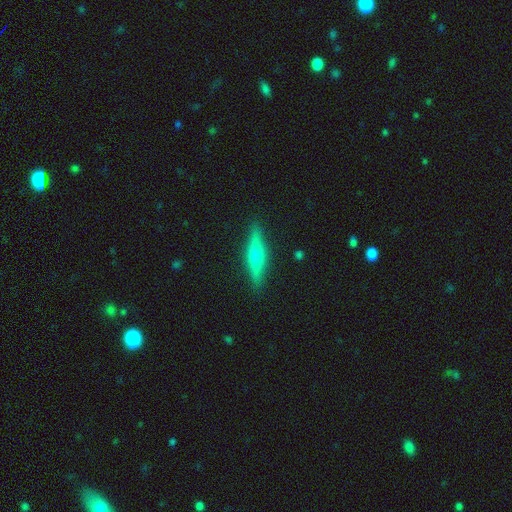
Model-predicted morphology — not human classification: featured or disk 56%, smooth 36%, star or artifact 7%. Down the decision tree: edge-on disk — yes (96%); edge-on bulge — rounded (77%); merging — none (90%).